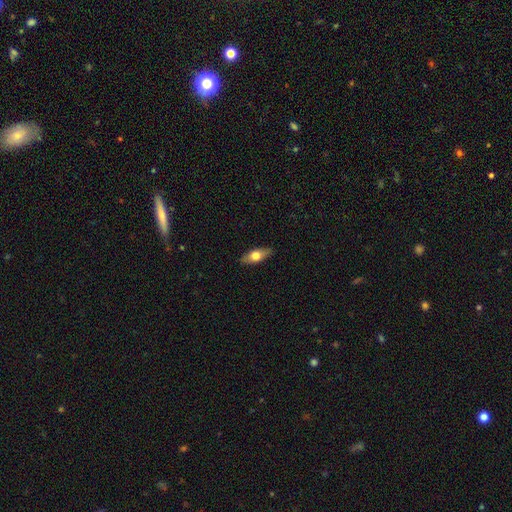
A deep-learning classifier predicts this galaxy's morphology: smooth 62%, featured or disk 31%, star or artifact 6%. Down the decision tree: how rounded — in between (72%); merging — none (88%).